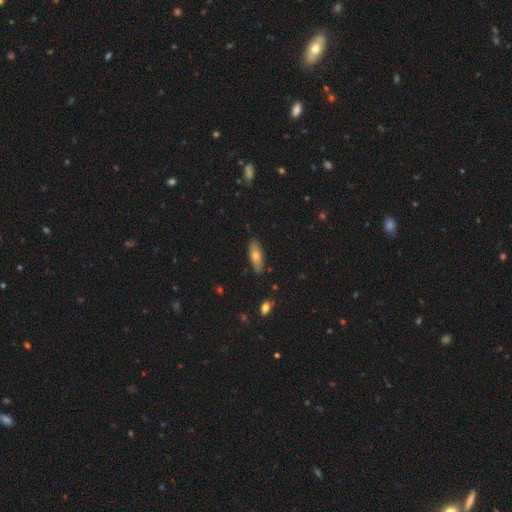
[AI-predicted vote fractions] This appears to be a smooth galaxy with no disk features (68%) that is in between round and cigar-shaped (63%). Merging: none (85%).